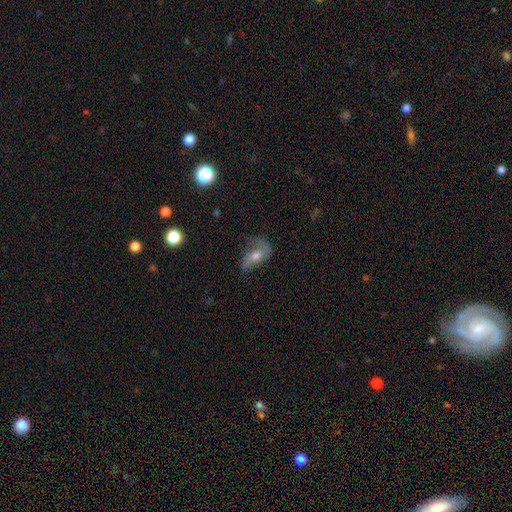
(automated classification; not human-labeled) The model was most divided on "smooth or featured": featured or disk: 53%, smooth: 36%, star or artifact: 11%. Remaining: edge-on disk — no (89%); merging — none (48%).